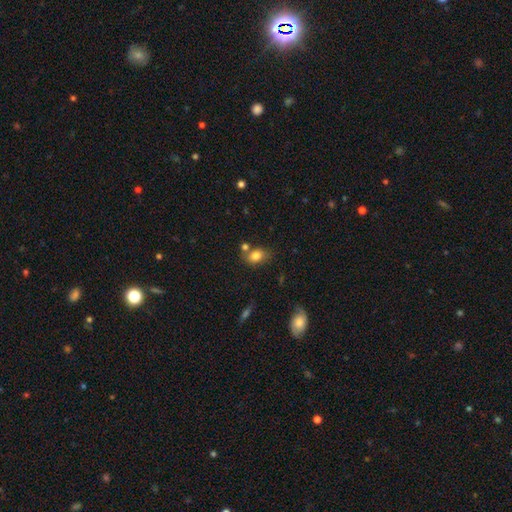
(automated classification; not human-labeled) Q: Smooth or featured?
A: smooth (81%); runner-up: star or artifact (10%)
Q: How rounded?
A: in between (67%); runner-up: round (32%)
Q: Merging?
A: none (62%); runner-up: merger (18%)